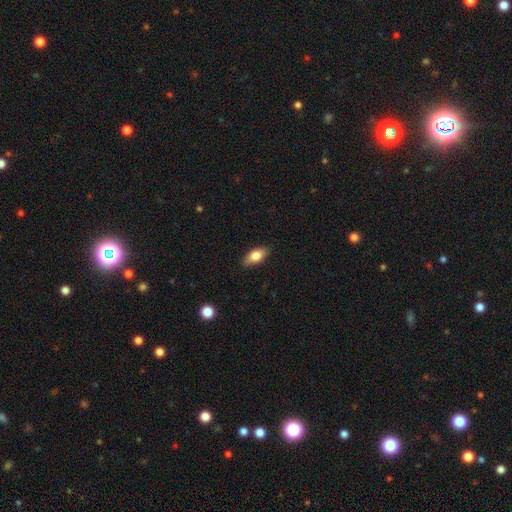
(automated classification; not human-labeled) smooth 78%, featured or disk 15%, star or artifact 7%. Down the decision tree: how rounded — in between (86%); merging — none (86%).